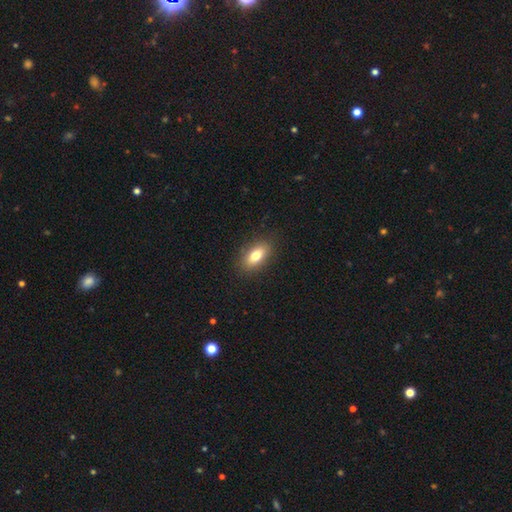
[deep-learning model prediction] The model was most divided on "smooth or featured": smooth: 78%, featured or disk: 14%, star or artifact: 8%. More confident: merging — none (88%); how rounded — in between (85%).